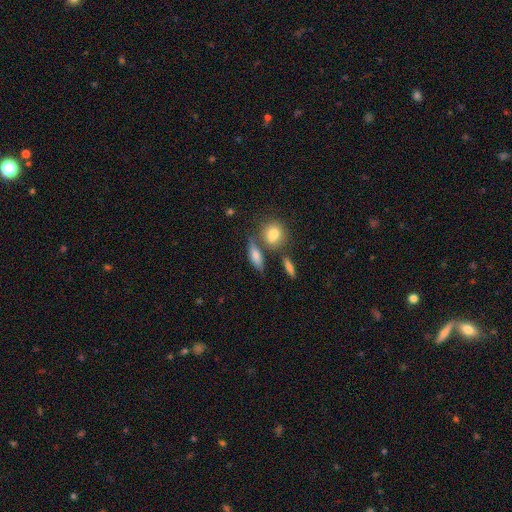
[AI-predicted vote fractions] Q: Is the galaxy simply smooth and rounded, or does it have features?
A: smooth — 71%.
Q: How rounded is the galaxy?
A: in between — 60%.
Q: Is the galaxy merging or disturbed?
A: none — 55%.